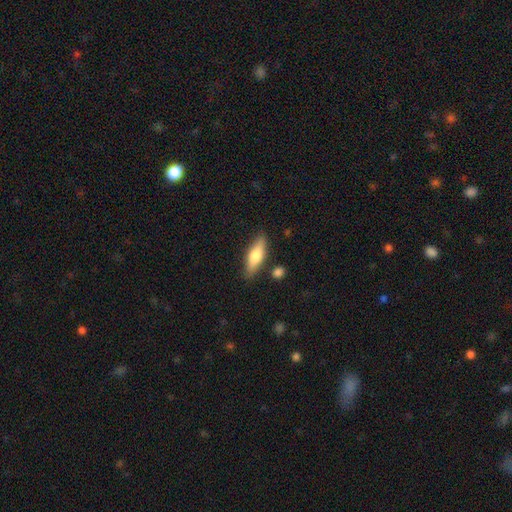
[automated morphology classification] Smooth or featured: smooth — 67% (featured or disk — 27%)
How rounded: in between — 52% (cigar-shaped — 45%)
Merging: none — 82% (minor disturbance — 11%)